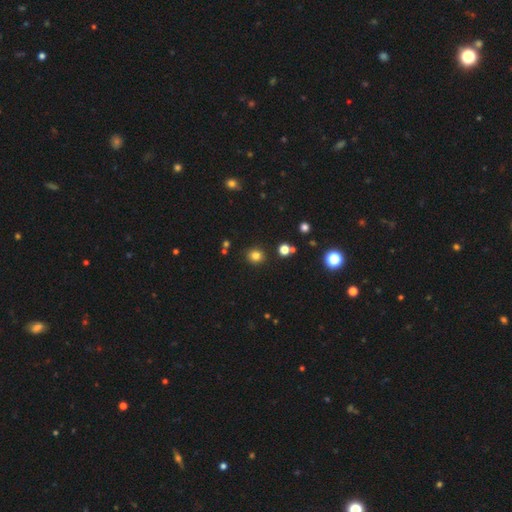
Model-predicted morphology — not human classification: This is likely a smooth galaxy (80%). How rounded: clearly round (84%). Merging: clearly none (88%).